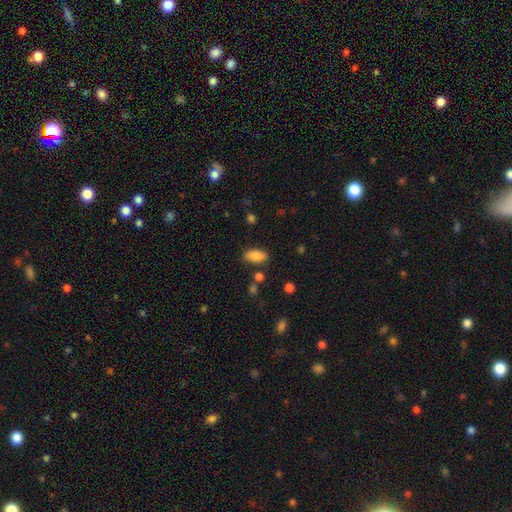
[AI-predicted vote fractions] A smooth galaxy with no disk features (84%) that is in between round and cigar-shaped (91%). Merging: none (82%).